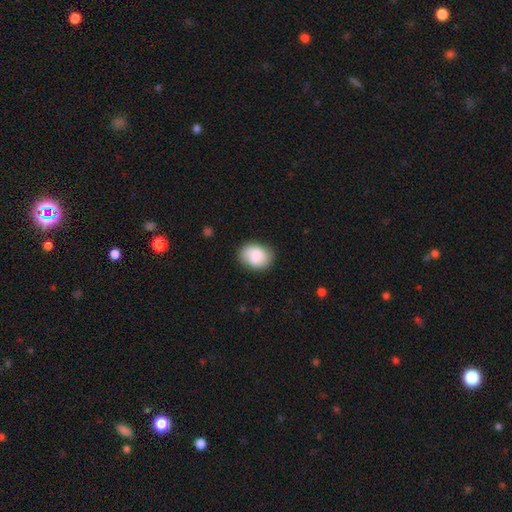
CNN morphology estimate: Q: Smooth or featured?
A: smooth (76%); runner-up: featured or disk (17%)
Q: How rounded?
A: in between (57%); runner-up: round (42%)
Q: Merging?
A: none (76%); runner-up: minor disturbance (18%)